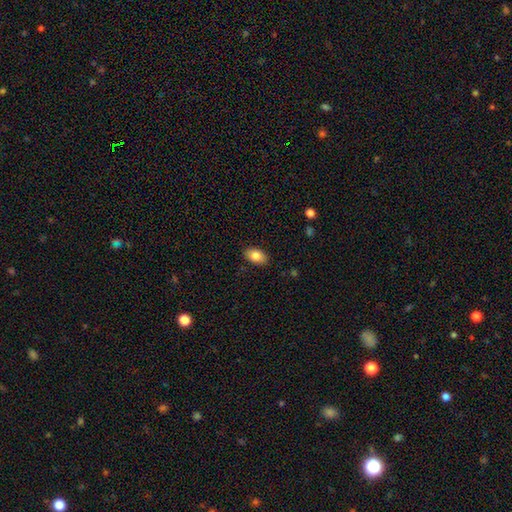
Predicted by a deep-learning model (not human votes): Smooth or featured: smooth — 84% (featured or disk — 9%)
How rounded: in between — 91% (round — 7%)
Merging: none — 88% (minor disturbance — 9%)